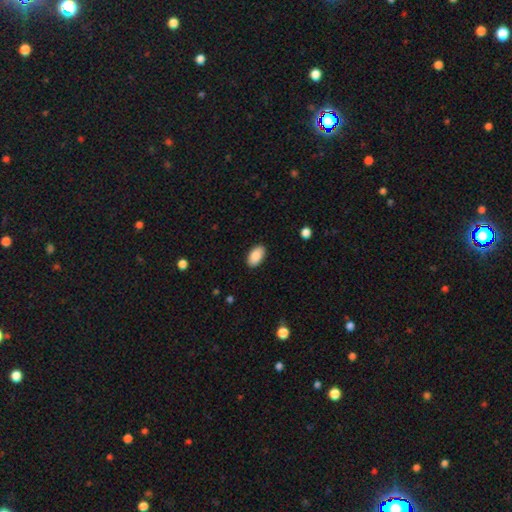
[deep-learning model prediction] Smooth or featured: smooth — 89% (star or artifact — 6%)
How rounded: in between — 95% (round — 4%)
Merging: none — 88% (minor disturbance — 8%)